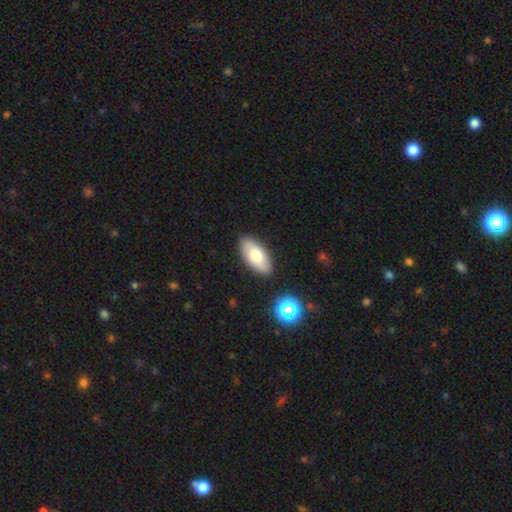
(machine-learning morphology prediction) Q: Smooth or featured?
A: smooth (74%); runner-up: featured or disk (19%)
Q: How rounded?
A: in between (89%); runner-up: cigar-shaped (8%)
Q: Merging?
A: none (86%); runner-up: minor disturbance (9%)